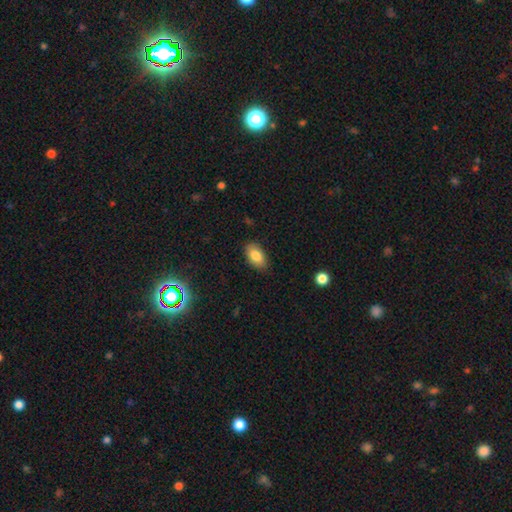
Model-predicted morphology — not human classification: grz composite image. It shows a smooth galaxy with no disk features (84%) that is in between round and cigar-shaped (92%). Merging: none (86%).